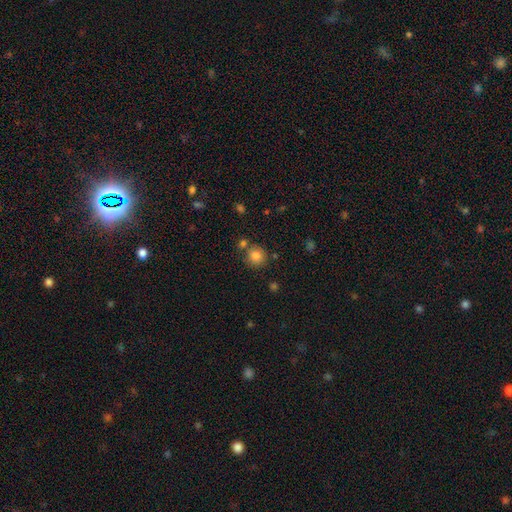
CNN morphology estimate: smooth 82%, star or artifact 11%, featured or disk 7%. Down the decision tree: how rounded — round (89%); merging — none (74%).